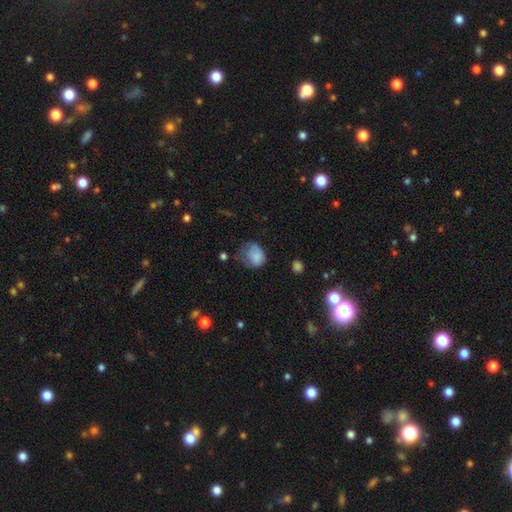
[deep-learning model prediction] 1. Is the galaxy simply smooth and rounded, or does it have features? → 79% smooth, 12% featured or disk, 10% star or artifact.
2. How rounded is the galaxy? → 53% round, 47% in between, 1% cigar-shaped.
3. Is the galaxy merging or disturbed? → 38% minor disturbance, 33% none, 26% major disturbance, 3% merger.